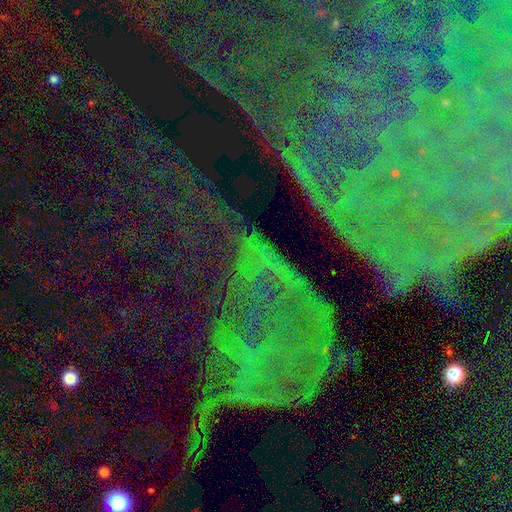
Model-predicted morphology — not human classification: star or artifact 75%, featured or disk 15%, smooth 10%.